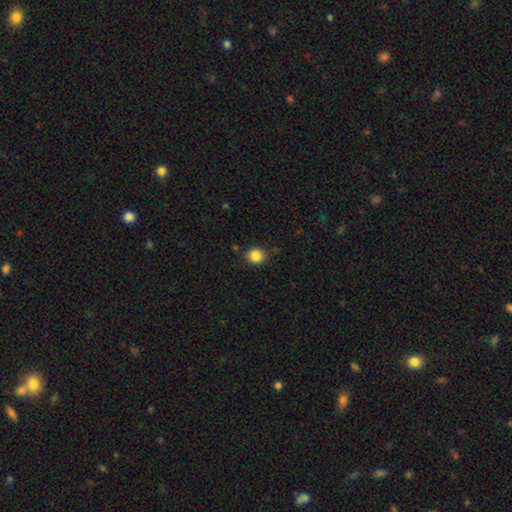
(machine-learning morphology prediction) smooth-or-featured: smooth: 86% | star or artifact: 10% | featured or disk: 4%
  how-rounded: round: 85% | in between: 14% | cigar-shaped: 1%
  merging: none: 88% | minor disturbance: 8% | major disturbance: 2% | merger: 2%